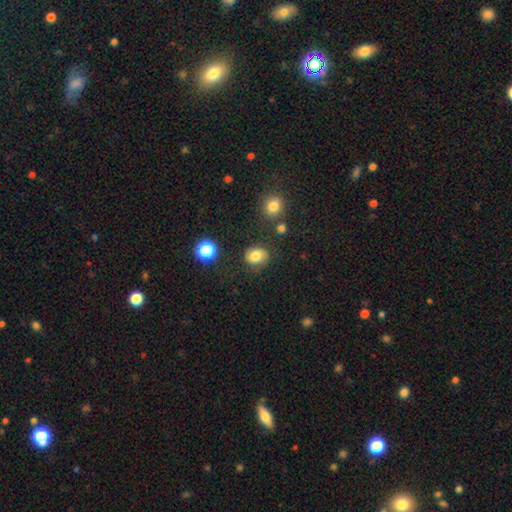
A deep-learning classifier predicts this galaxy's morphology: This is likely a smooth galaxy (74%). How rounded: likely round (61%). Merging: likely none (75%).